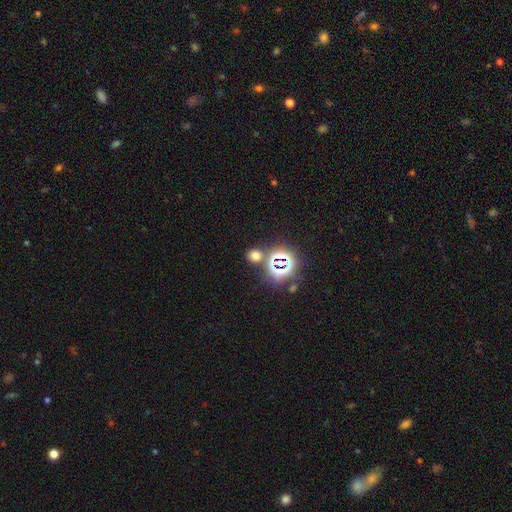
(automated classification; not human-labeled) Smooth or featured: smooth — 59% (star or artifact — 35%)
How rounded: round — 71% (in between — 28%)
Merging: none — 78% (merger — 10%)